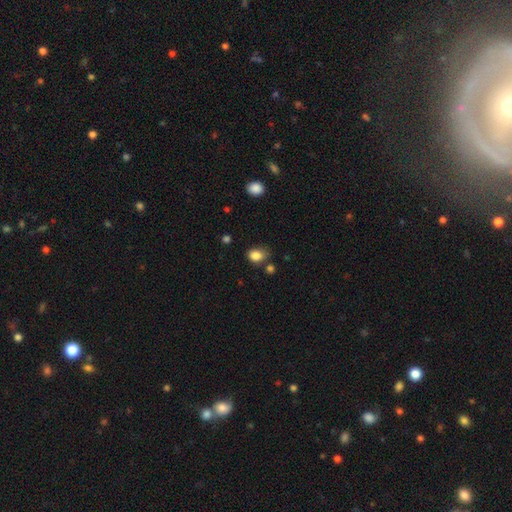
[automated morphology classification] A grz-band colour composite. It shows a smooth galaxy with no disk features (84%) that is in between round and cigar-shaped (62%). Merging: none (61%).